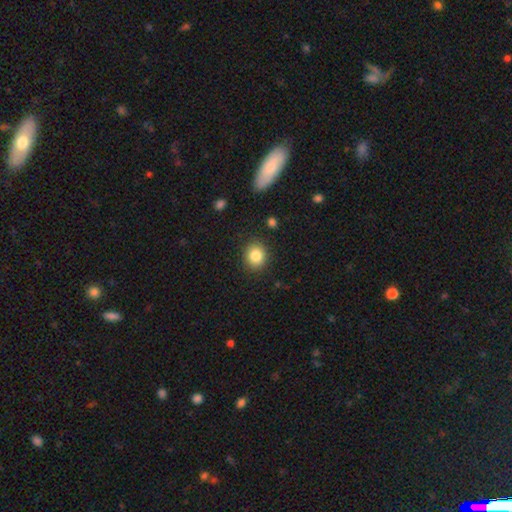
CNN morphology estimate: A smooth galaxy with no disk features (84%) that is round (73%).

Vote fractions:
- Smooth or featured? smooth: 84% / star or artifact: 10% / featured or disk: 6%
- How rounded? round: 73% / in between: 26% / cigar-shaped: 1%
- Merging? none: 88% / minor disturbance: 8% / major disturbance: 3% / merger: 1%